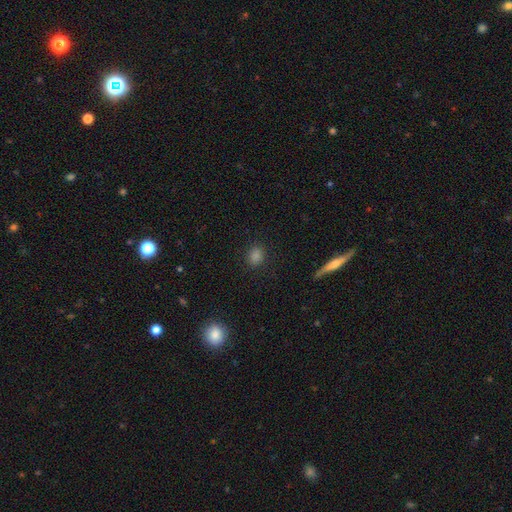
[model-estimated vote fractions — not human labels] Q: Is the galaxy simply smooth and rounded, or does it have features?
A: smooth — 80%.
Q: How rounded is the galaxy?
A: round — 61%.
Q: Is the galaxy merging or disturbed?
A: none — 89%.